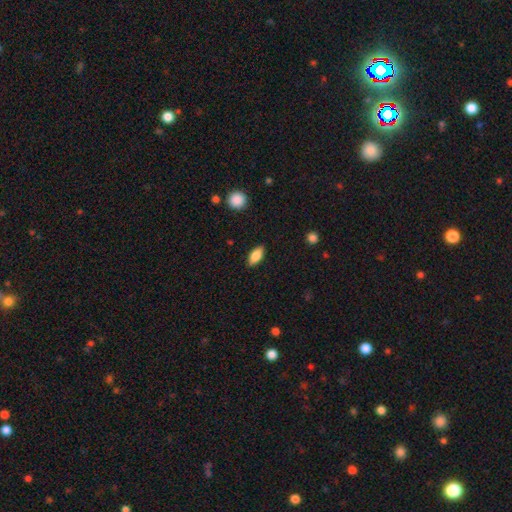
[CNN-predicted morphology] type=smooth (84%); roundness=in between (86%); merging=none (87%).